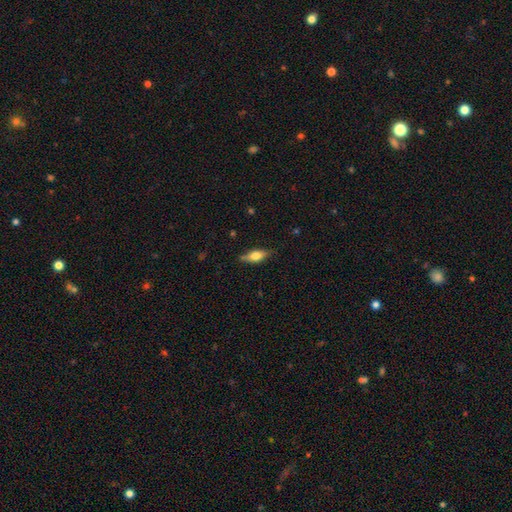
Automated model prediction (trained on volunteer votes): Smooth or featured?
  - smooth: 57% *
  - featured or disk: 36%
  - star or artifact: 7%
How rounded?
  - in between: 65% *
  - cigar-shaped: 31%
  - round: 3%
Merging?
  - none: 80% *
  - minor disturbance: 16%
  - major disturbance: 3%
  - merger: 2%